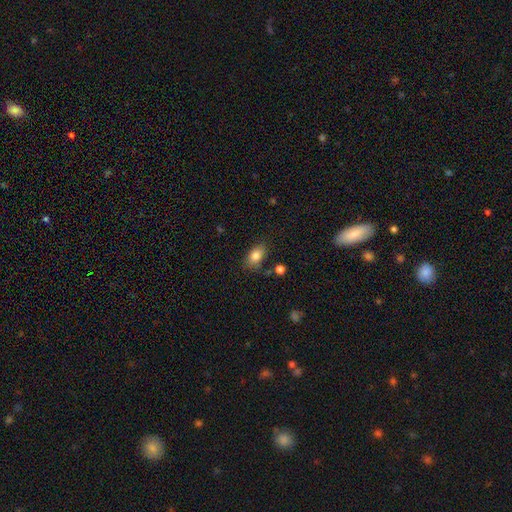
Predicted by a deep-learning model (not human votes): smooth_or_featured: smooth (p=0.83) [alt: star or artifact p=0.09]
how_rounded: in between (p=0.86) [alt: round p=0.11]
merging: none (p=0.77) [alt: minor disturbance p=0.15]